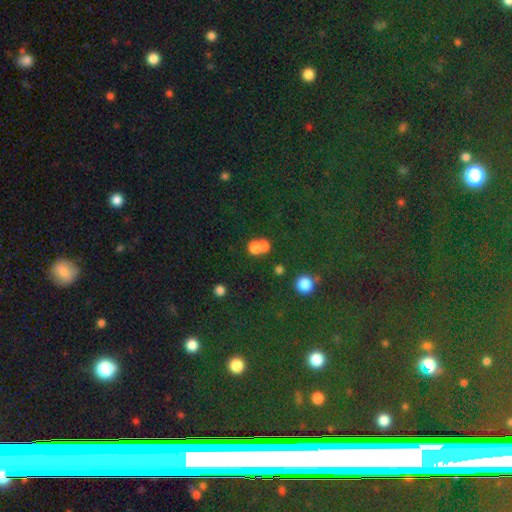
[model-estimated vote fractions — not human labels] smooth_or_featured: star or artifact (p=0.70) [alt: smooth p=0.19]